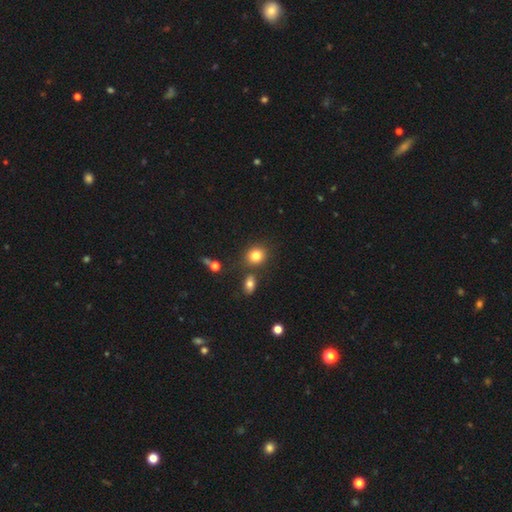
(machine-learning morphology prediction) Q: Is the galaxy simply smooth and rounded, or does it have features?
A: smooth — 81%.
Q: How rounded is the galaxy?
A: round — 72%.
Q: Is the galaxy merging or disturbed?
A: none — 73%.